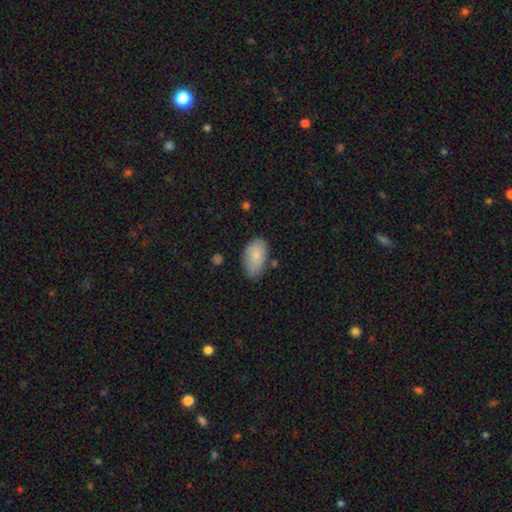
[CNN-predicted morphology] smooth-or-featured: smooth: 81% | featured or disk: 12% | star or artifact: 6%
  how-rounded: in between: 94% | round: 5% | cigar-shaped: 2%
  merging: none: 68% | minor disturbance: 23% | major disturbance: 5% | merger: 4%